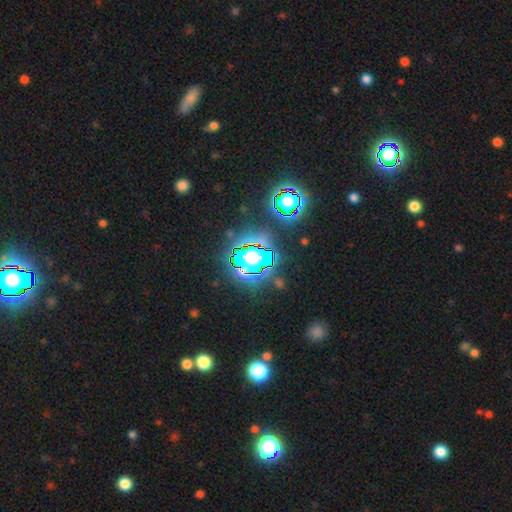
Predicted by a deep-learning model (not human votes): This is likely a star or artifact rather than a galaxy (66%).